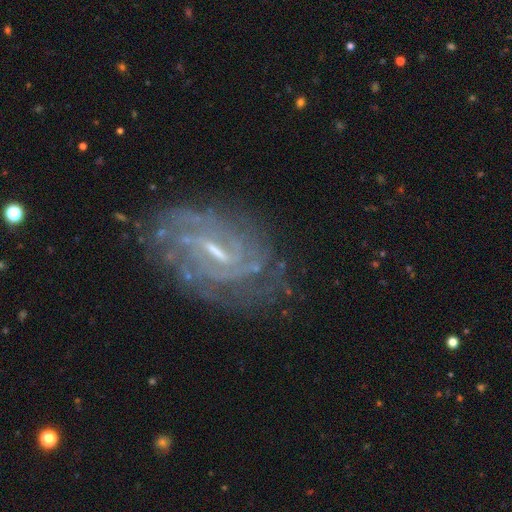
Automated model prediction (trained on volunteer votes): Smooth or featured? Predicted: featured or disk (p=0.83). Edge-on disk? Predicted: no (p=0.95). Bar? Predicted: weak (p=0.51). Spiral arms? Predicted: yes (p=0.93). Spiral winding? Predicted: tight (p=0.60). Spiral arm count? Predicted: can't tell (p=0.41). Bulge size? Predicted: small (p=0.57). Merging? Predicted: none (p=0.76).